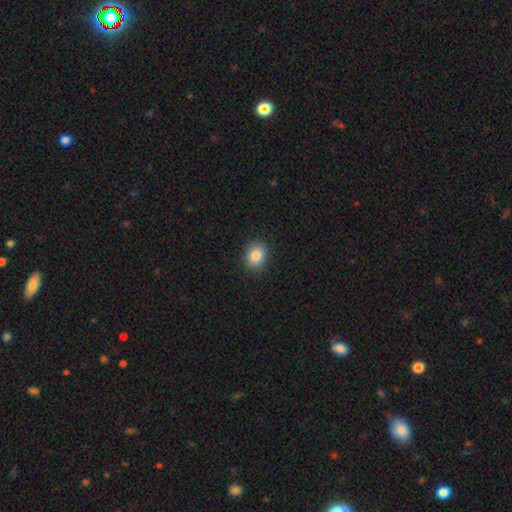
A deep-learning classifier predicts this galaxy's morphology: Smooth or featured? Predicted: smooth (p=0.85). How rounded? Predicted: round (p=0.58). Merging? Predicted: none (p=0.89).